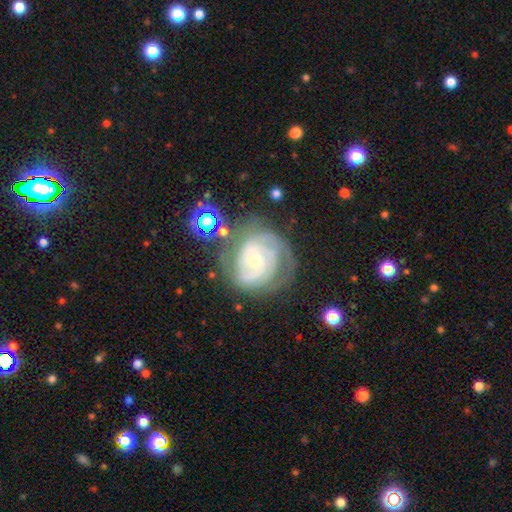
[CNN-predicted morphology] Smooth or featured: featured or disk — 82% (smooth — 11%)
Edge-on disk: no — 97% (yes — 3%)
Bar: no — 62% (weak — 29%)
Spiral arms: yes — 94% (no — 6%)
Spiral winding: tight — 67% (medium — 26%)
Spiral arm count: 2 — 34% (can't tell — 28%)
Bulge size: small — 65% (moderate — 31%)
Merging: none — 68% (minor disturbance — 18%)